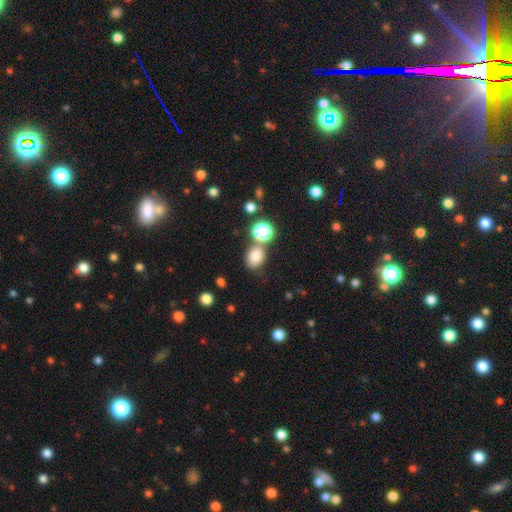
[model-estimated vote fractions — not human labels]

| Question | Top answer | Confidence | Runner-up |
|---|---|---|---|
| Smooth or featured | smooth | 78% | star or artifact (15%) |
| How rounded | round | 54% | in between (45%) |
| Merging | none | 64% | merger (17%) |